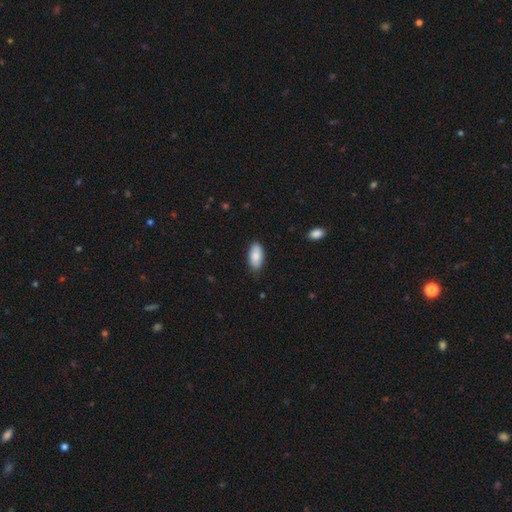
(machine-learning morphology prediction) Q: Smooth or featured?
A: smooth (85%); runner-up: featured or disk (9%)
Q: How rounded?
A: in between (92%); runner-up: cigar-shaped (6%)
Q: Merging?
A: none (83%); runner-up: minor disturbance (14%)